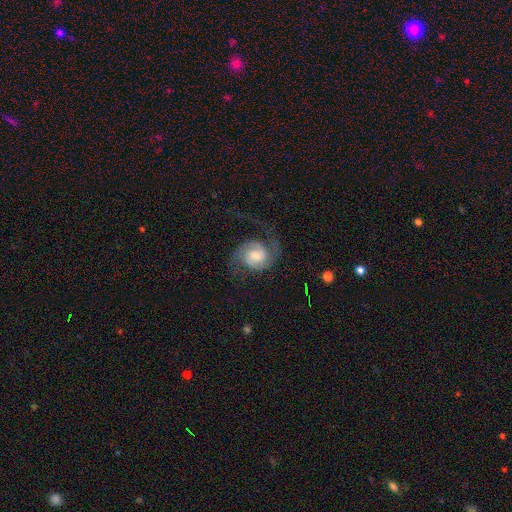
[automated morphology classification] smooth-or-featured: featured or disk: 82% | smooth: 12% | star or artifact: 6%
  disk-edge-on: no: 98% | yes: 2%
    bar: no: 50% | weak: 42% | strong: 8%
    has-spiral-arms: yes: 96% | no: 4%
      spiral-winding: medium: 46% | loose: 27% | tight: 27%
      spiral-arm-count: 2: 82% | 1: 7% | can't tell: 5% | 3: 3% | 4: 1% | more than 4: 1%
    bulge-size: moderate: 48% | small: 29% | large: 14% | none: 7% | dominant: 2%
  merging: none: 61% | major disturbance: 22% | minor disturbance: 16% | merger: 2%